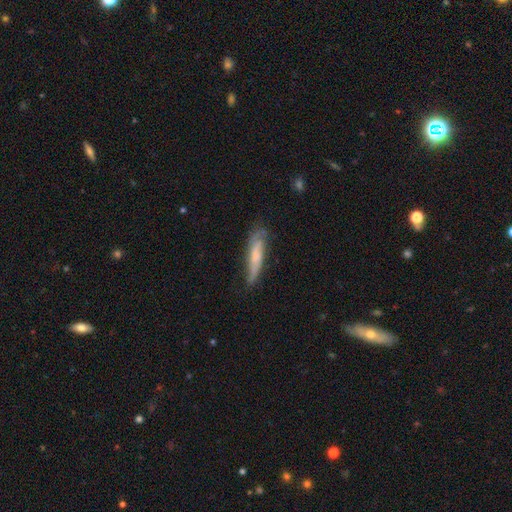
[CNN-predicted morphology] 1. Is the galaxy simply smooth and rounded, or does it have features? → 54% featured or disk, 39% smooth, 7% star or artifact.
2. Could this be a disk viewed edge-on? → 50% no (tied), 50% yes (tied).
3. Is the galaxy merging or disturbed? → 64% none, 26% minor disturbance, 8% major disturbance, 2% merger.